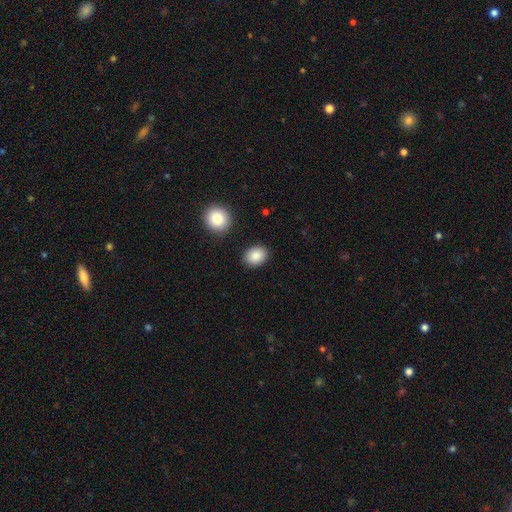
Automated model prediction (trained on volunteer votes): Smooth or featured? Predicted: smooth (p=0.88). How rounded? Predicted: in between (p=0.61). Merging? Predicted: none (p=0.86).